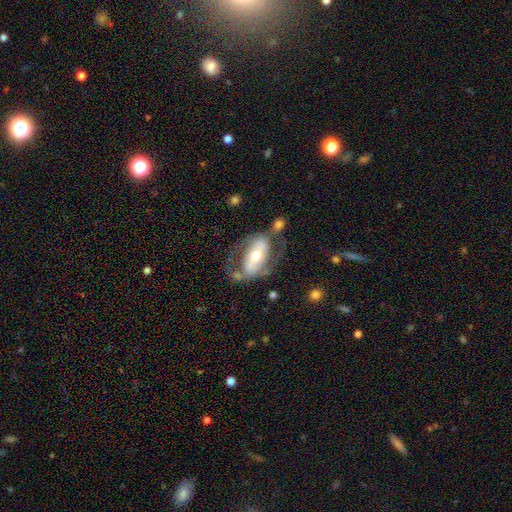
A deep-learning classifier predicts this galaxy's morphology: featured or disk 73%, smooth 21%, star or artifact 5%. Down the decision tree: edge-on disk — no (92%); bar — strong (51%); spiral arms — yes (72%); bulge size — moderate (65%); merging — none (53%).